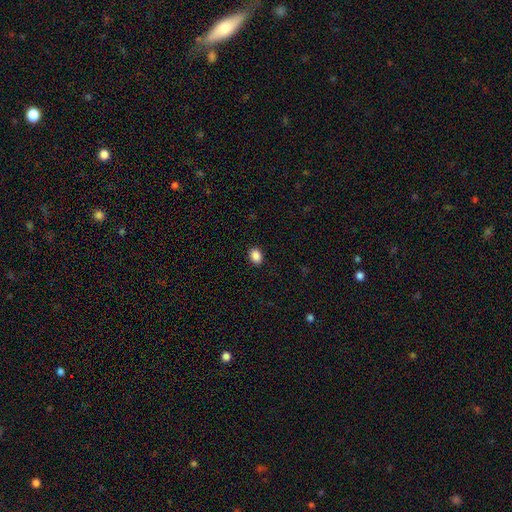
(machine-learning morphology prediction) smooth 89%, star or artifact 9%, featured or disk 2%. Down the decision tree: how rounded — in between (70%); merging — none (91%).